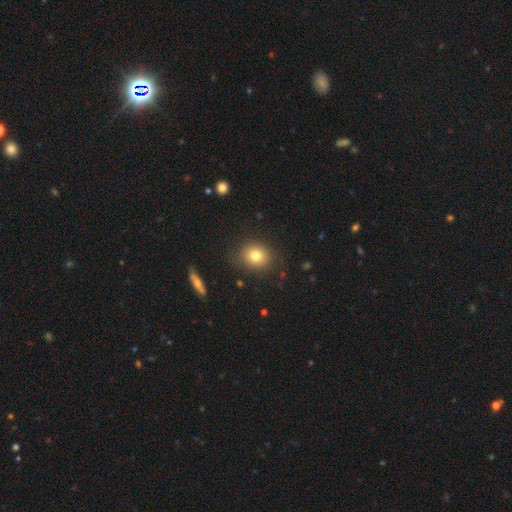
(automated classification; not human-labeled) smooth 78%, star or artifact 11%, featured or disk 10%. Down the decision tree: how rounded — round (73%); merging — none (85%).